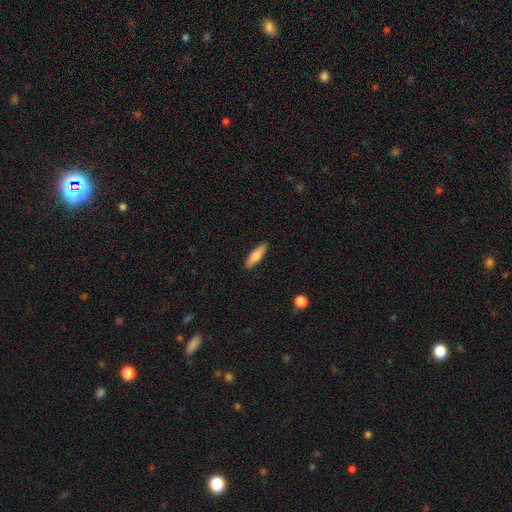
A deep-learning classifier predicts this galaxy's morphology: smooth-or-featured: smooth: 70% | featured or disk: 24% | star or artifact: 6%
  how-rounded: cigar-shaped: 58% | in between: 40% | round: 2%
  merging: none: 89% | minor disturbance: 8% | major disturbance: 2% | merger: 1%